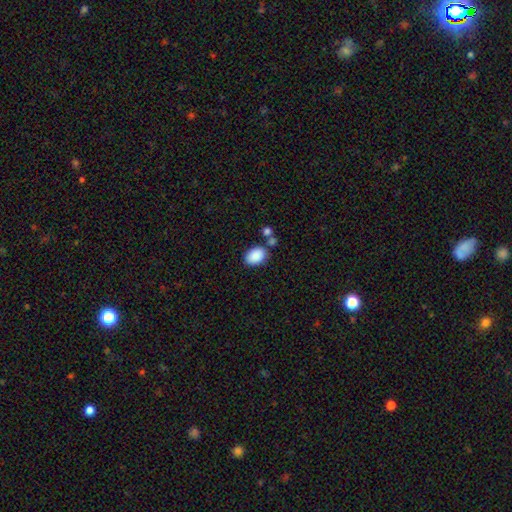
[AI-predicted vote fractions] Smooth or featured? smooth (89%)
How rounded? in between (84%)
Merging? none (70%)